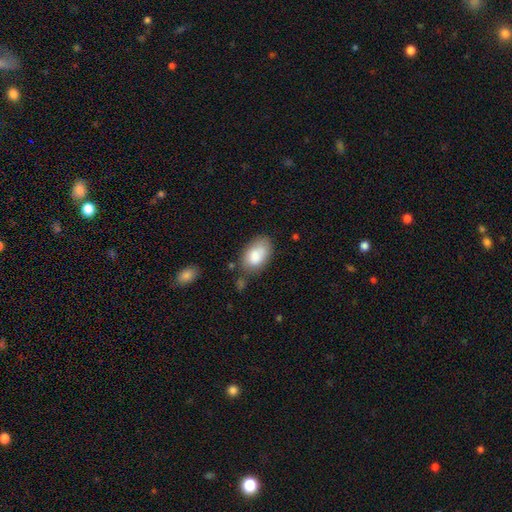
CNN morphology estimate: This is clearly a smooth galaxy (84%). How rounded: clearly in between (93%). Merging: likely none (63%).